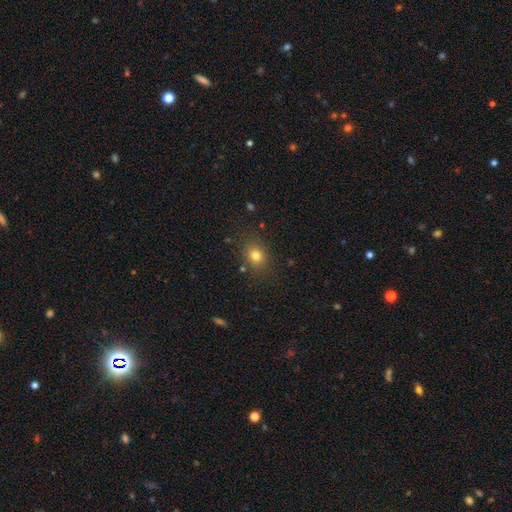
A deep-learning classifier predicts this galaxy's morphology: A smooth galaxy with no disk features (77%) that is round (51%).

Vote fractions:
- Smooth or featured? smooth: 77% / star or artifact: 13% / featured or disk: 9%
- How rounded? round: 51% / in between: 48% / cigar-shaped: 1%
- Merging? none: 82% / minor disturbance: 12% / major disturbance: 4% / merger: 3%